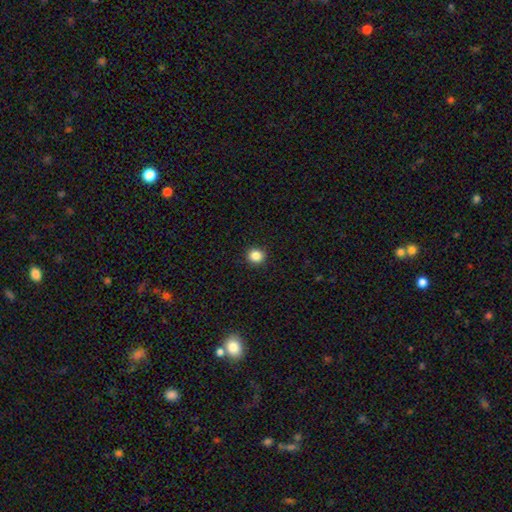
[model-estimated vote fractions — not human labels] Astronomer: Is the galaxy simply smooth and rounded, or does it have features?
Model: smooth — 86%.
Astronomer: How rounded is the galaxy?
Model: round — 89%.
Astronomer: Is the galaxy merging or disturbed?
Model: none — 92%.